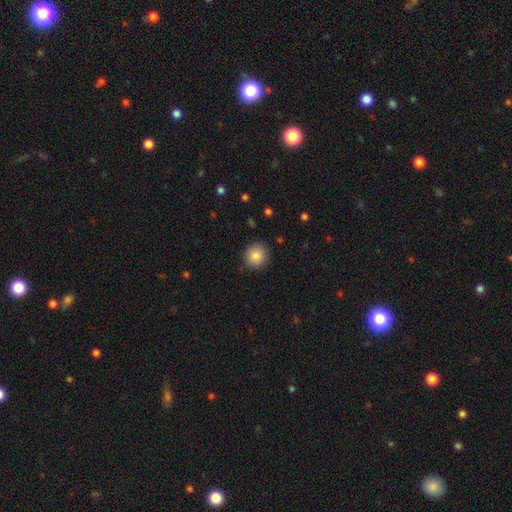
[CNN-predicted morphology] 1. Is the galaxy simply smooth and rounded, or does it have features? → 86% smooth, 9% star or artifact, 6% featured or disk.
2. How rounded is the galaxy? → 89% round, 10% in between, 1% cigar-shaped.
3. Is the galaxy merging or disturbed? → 89% none, 8% minor disturbance, 2% major disturbance, 1% merger.